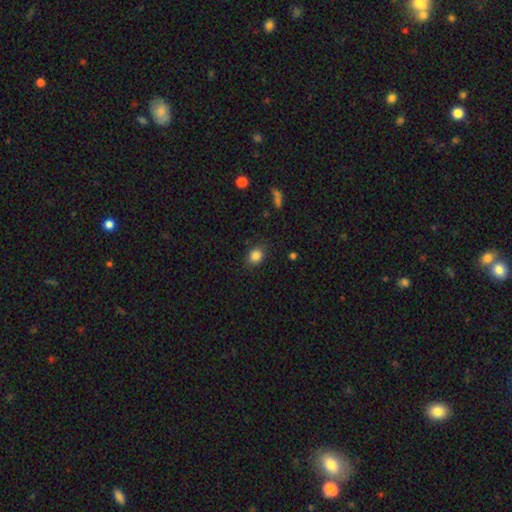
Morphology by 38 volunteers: Smooth or featured?
  - smooth: 89% *
  - star or artifact: 8%
  - featured or disk: 3%
How rounded?
  - round: 62% *
  - in between: 38%
  - cigar-shaped: 0%
Merging?
  - none: 74% *
  - minor disturbance: 23%
  - major disturbance: 3%
  - merger: 0%